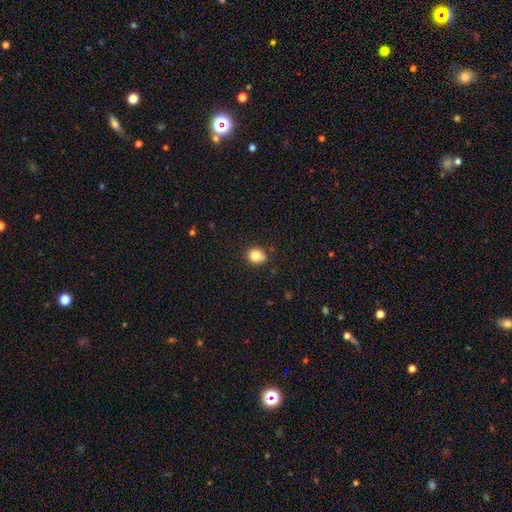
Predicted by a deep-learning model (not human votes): Smooth or featured?
  - smooth: 82% *
  - star or artifact: 12%
  - featured or disk: 7%
How rounded?
  - round: 85% *
  - in between: 15%
  - cigar-shaped: 1%
Merging?
  - none: 78% *
  - minor disturbance: 14%
  - merger: 4%
  - major disturbance: 3%